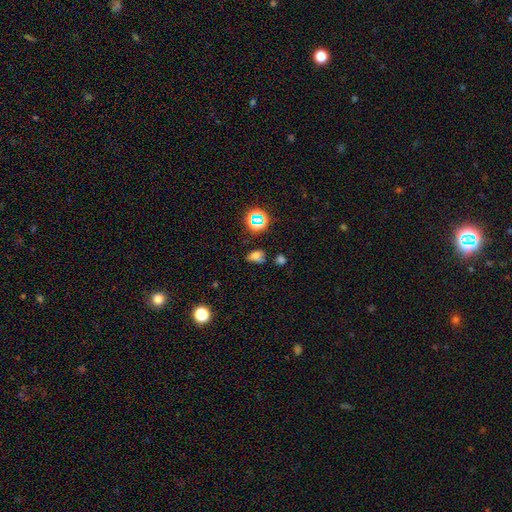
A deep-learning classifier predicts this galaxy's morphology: This is likely a smooth galaxy (61%). How rounded: likely in between (75%). Merging: possibly none (53%).